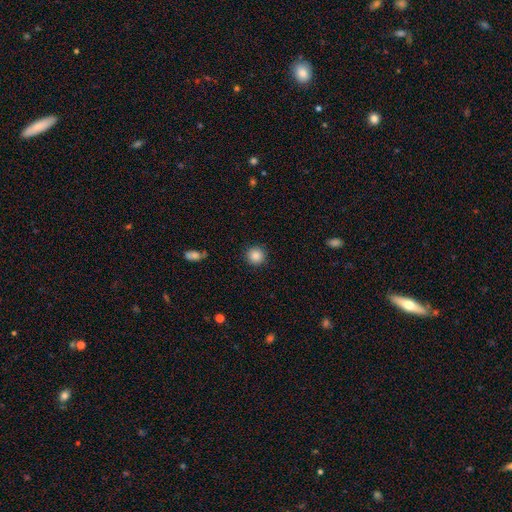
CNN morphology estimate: smooth-or-featured: smooth: 87% | star or artifact: 10% | featured or disk: 4%
  how-rounded: round: 94% | in between: 5% | cigar-shaped: 1%
  merging: none: 91% | minor disturbance: 6% | major disturbance: 2% | merger: 1%